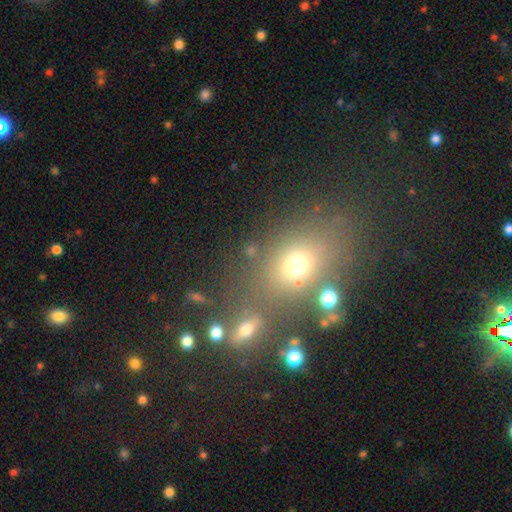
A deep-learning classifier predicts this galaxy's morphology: smooth-or-featured: smooth: 58% | star or artifact: 27% | featured or disk: 15%
  how-rounded: in between: 59% | round: 38% | cigar-shaped: 3%
  merging: none: 65% | merger: 16% | minor disturbance: 12% | major disturbance: 7%